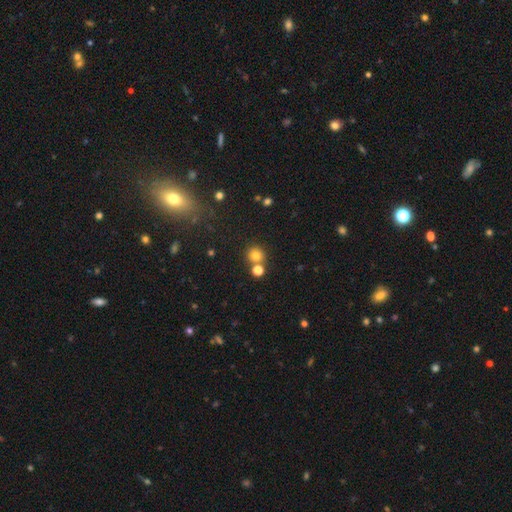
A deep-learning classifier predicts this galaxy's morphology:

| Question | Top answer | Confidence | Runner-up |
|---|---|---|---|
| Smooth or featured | smooth | 75% | star or artifact (17%) |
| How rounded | round | 89% | in between (10%) |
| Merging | none | 71% | merger (19%) |